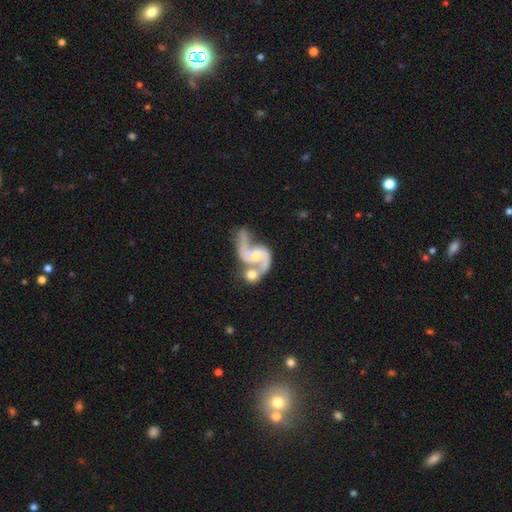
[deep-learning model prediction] Smooth or featured?
  - featured or disk: 88% *
  - smooth: 7%
  - star or artifact: 5%
Edge-on disk?
  - no: 98% *
  - yes: 2%
Bar?
  - no: 53% *
  - weak: 37%
  - strong: 11%
Spiral arms?
  - yes: 95% *
  - no: 5%
Spiral winding?
  - loose: 52% *
  - medium: 40%
  - tight: 8%
Spiral arm count?
  - 2: 90% *
  - 1: 3%
  - can't tell: 3%
  - 3: 2%
  - 4: 1%
  - more than 4: 1%
Bulge size?
  - moderate: 52% *
  - small: 38%
  - none: 5%
  - large: 4%
  - dominant: 1%
Merging?
  - merger: 48% *
  - none: 26%
  - major disturbance: 13%
  - minor disturbance: 13%